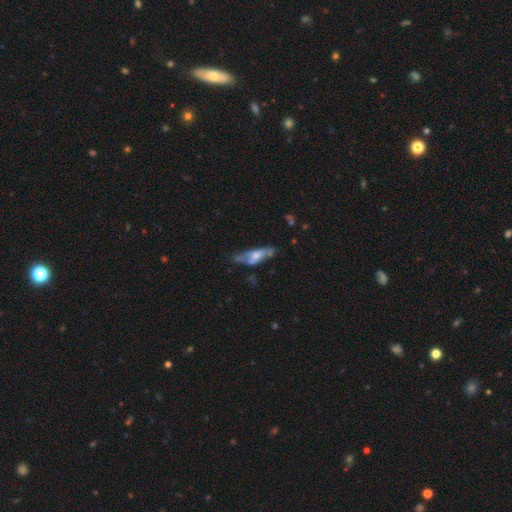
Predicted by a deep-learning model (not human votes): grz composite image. It shows a featured or disk galaxy (54%). Merging: none (46%).